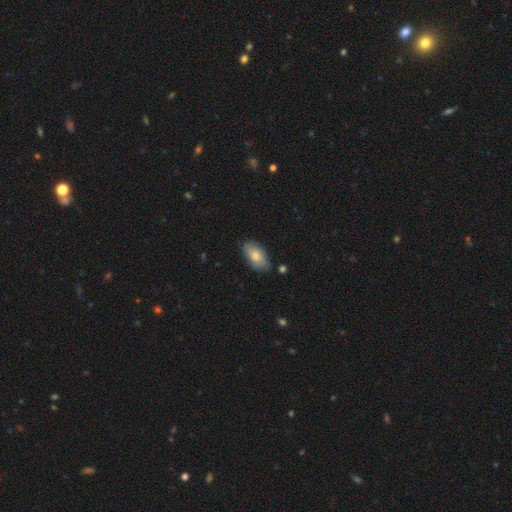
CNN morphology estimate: smooth_or_featured: smooth (p=0.77) [alt: featured or disk p=0.17]
how_rounded: in between (p=0.93) [alt: cigar-shaped p=0.04]
merging: none (p=0.78) [alt: minor disturbance p=0.17]